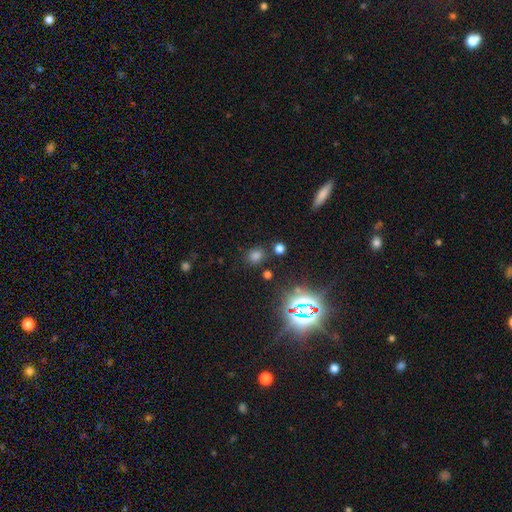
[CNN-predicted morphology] Smooth or featured: smooth — 62% (star or artifact — 32%)
How rounded: round — 61% (in between — 37%)
Merging: none — 81% (minor disturbance — 10%)